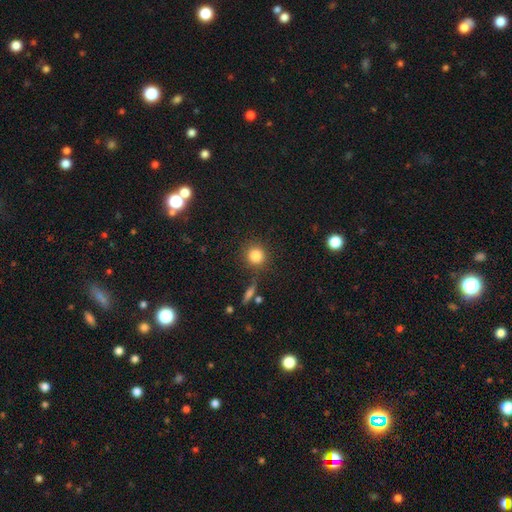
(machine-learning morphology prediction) Smooth or featured? Predicted: smooth (p=0.83). How rounded? Predicted: round (p=0.90). Merging? Predicted: none (p=0.83).